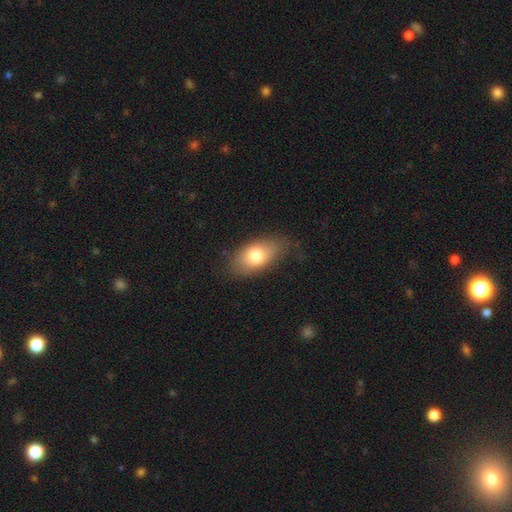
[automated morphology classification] The model was most divided on "merging": none: 74%, minor disturbance: 19%, major disturbance: 6%, merger: 1%. More confident: how rounded — in between (89%); smooth or featured — smooth (76%).